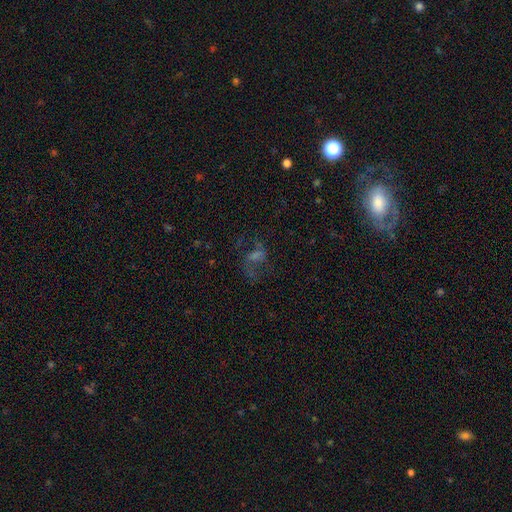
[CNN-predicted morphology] Smooth or featured: featured or disk — 50% (star or artifact — 28%)
Edge-on disk: no — 95% (yes — 5%)
Merging: none — 58% (major disturbance — 22%)